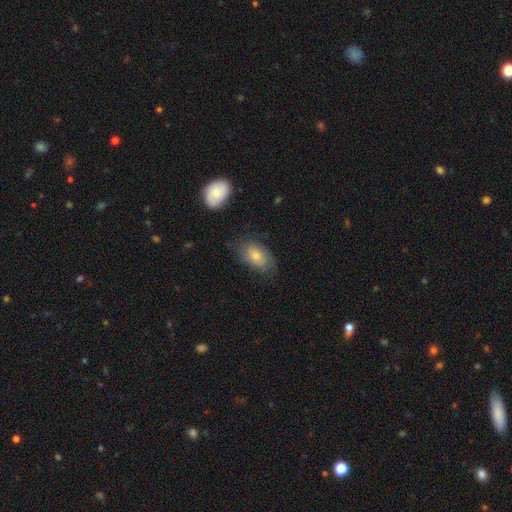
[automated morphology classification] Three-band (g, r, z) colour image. It shows a smooth galaxy with no disk features (71%) that is in between round and cigar-shaped (90%). Merging: none (70%).